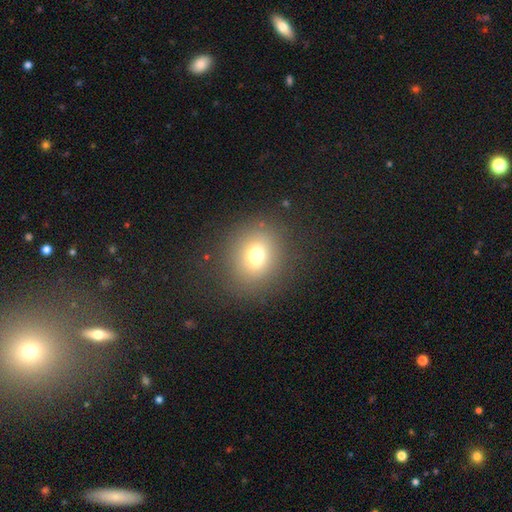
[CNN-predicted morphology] smooth-or-featured: smooth: 72% | star or artifact: 17% | featured or disk: 11%
  how-rounded: round: 76% | in between: 23% | cigar-shaped: 1%
  merging: none: 84% | minor disturbance: 9% | major disturbance: 6% | merger: 1%